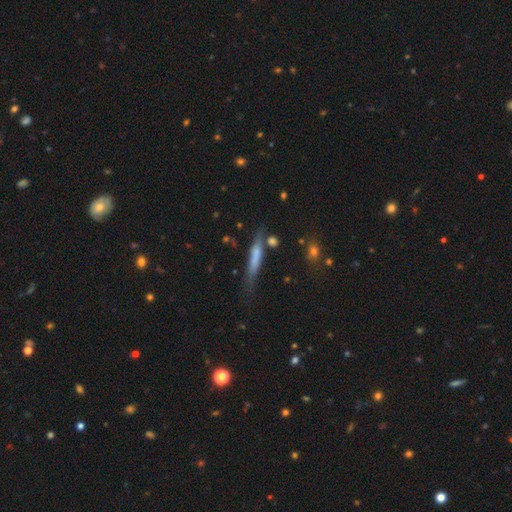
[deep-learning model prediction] smooth 58%, featured or disk 34%, star or artifact 7%. Down the decision tree: how rounded — cigar-shaped (90%); merging — none (64%).